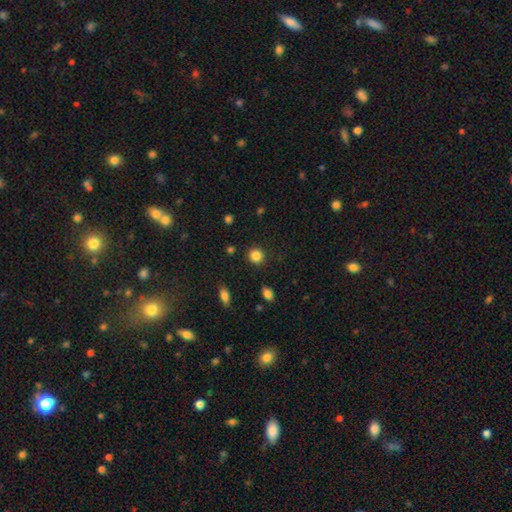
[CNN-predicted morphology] The model was most divided on "smooth or featured": smooth: 85%, star or artifact: 11%, featured or disk: 4%. More confident: how rounded — round (90%); merging — none (89%).